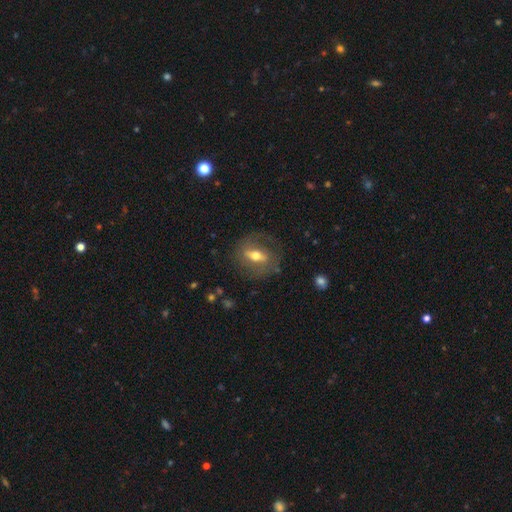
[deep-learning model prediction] Smooth or featured?
  - featured or disk: 63% *
  - smooth: 30%
  - star or artifact: 7%
Edge-on disk?
  - no: 79% *
  - yes: 21%
Merging?
  - none: 72% *
  - minor disturbance: 16%
  - major disturbance: 10%
  - merger: 2%